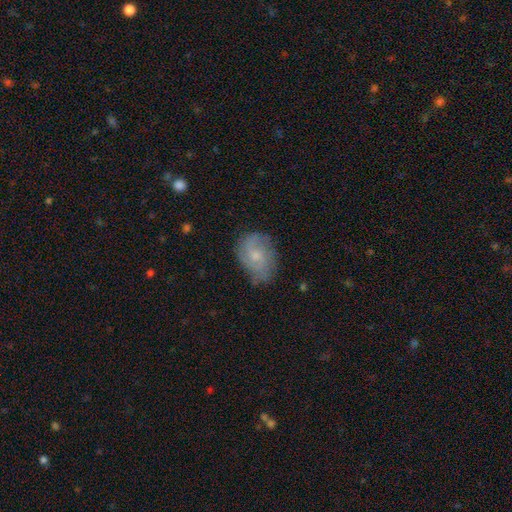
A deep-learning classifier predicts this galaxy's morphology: The model was most divided on "smooth or featured": featured or disk: 48%, smooth: 43%, star or artifact: 8%. More confident: merging — none (64%).